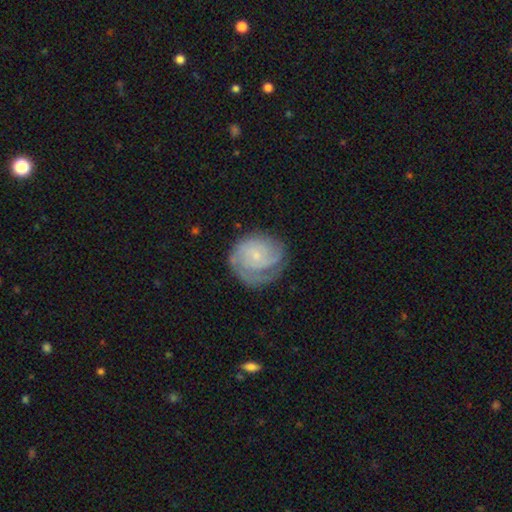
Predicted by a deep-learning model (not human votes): A featured or disk galaxy (76%) with no bar (74%), tight (65%) spiral arms (94%) and a small central bulge (79%). Merging: none (66%).